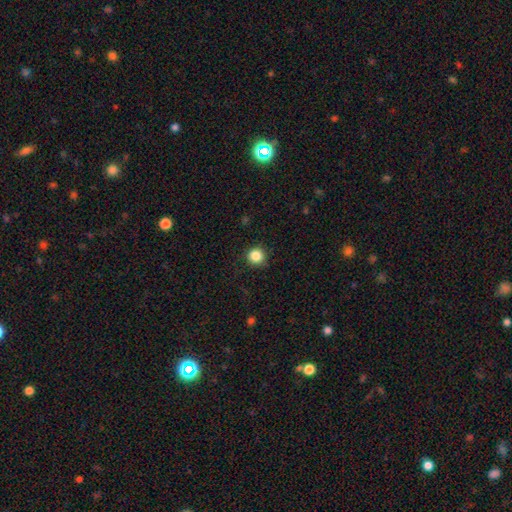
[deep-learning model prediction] smooth 86%, star or artifact 11%, featured or disk 3%. Down the decision tree: how rounded — round (94%); merging — none (89%).